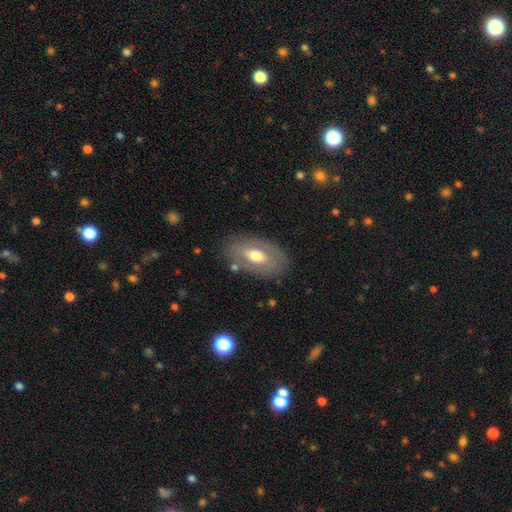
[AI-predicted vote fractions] smooth-or-featured: smooth: 49% | featured or disk: 44% | star or artifact: 7%
  merging: none: 78% | minor disturbance: 14% | major disturbance: 5% | merger: 3%